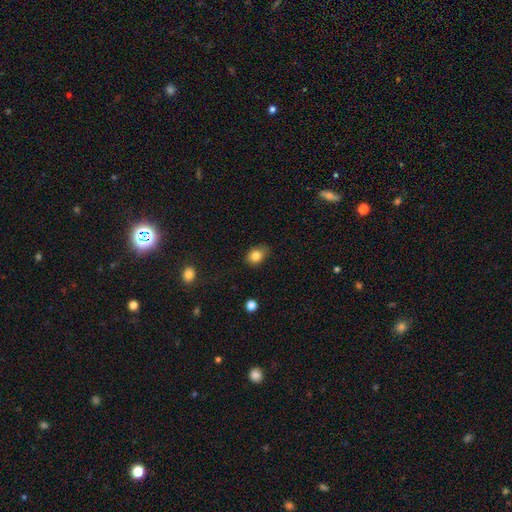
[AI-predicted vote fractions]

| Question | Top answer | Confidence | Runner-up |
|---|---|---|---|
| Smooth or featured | smooth | 83% | star or artifact (10%) |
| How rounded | in between | 60% | round (39%) |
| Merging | none | 72% | minor disturbance (23%) |